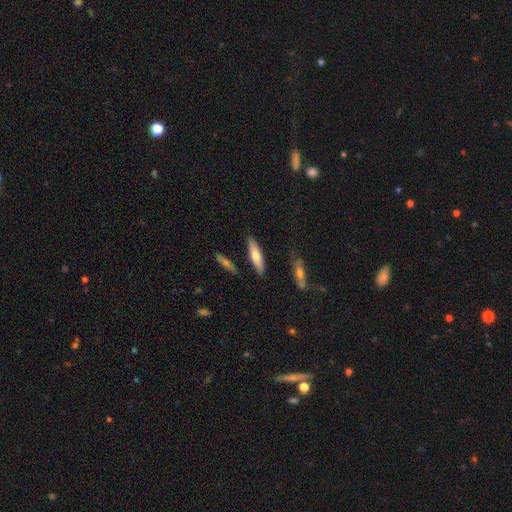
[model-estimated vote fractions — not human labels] This appears to be a smooth galaxy with no disk features (65%) that is cigar-shaped (68%). Merging: none (82%).